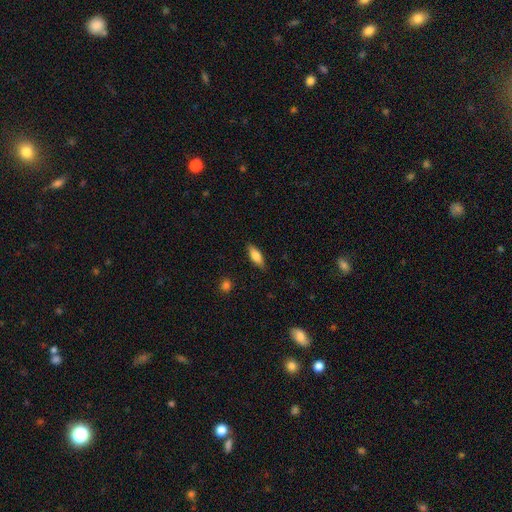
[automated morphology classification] type=smooth (78%); roundness=in between (69%); merging=none (85%).